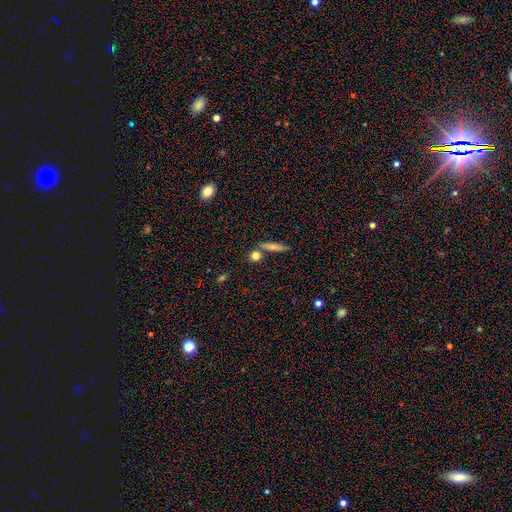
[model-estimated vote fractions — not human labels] Smooth or featured? smooth (77%)
How rounded? round (68%)
Merging? none (74%)